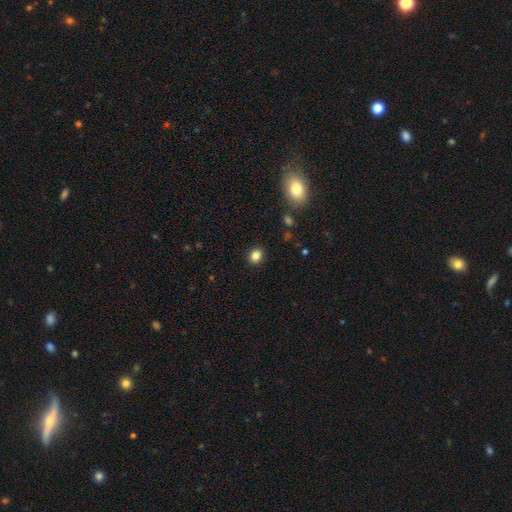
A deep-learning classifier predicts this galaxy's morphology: smooth_or_featured: smooth (p=0.83) [alt: star or artifact p=0.11]
how_rounded: round (p=0.76) [alt: in between p=0.23]
merging: none (p=0.90) [alt: minor disturbance p=0.06]